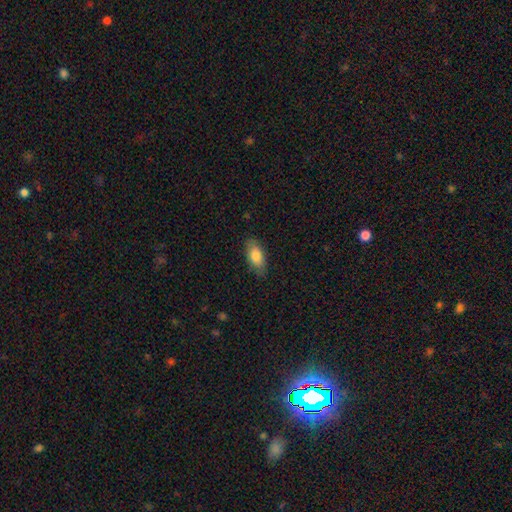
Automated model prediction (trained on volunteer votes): smooth 83%, featured or disk 11%, star or artifact 6%. Down the decision tree: how rounded — in between (88%); merging — none (82%).